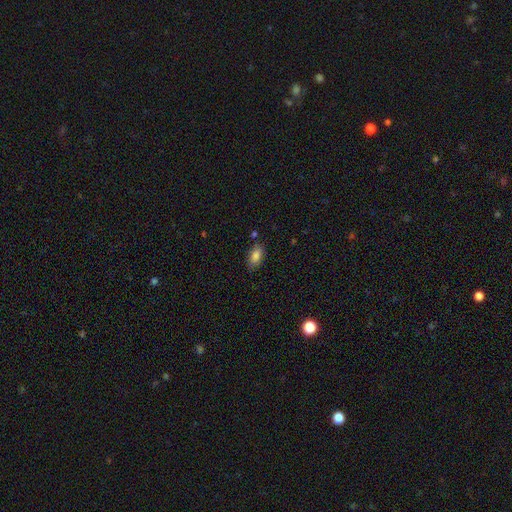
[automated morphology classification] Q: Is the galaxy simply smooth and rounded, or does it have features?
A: smooth — 84%.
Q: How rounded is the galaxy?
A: in between — 90%.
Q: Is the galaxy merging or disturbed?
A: none — 78%.